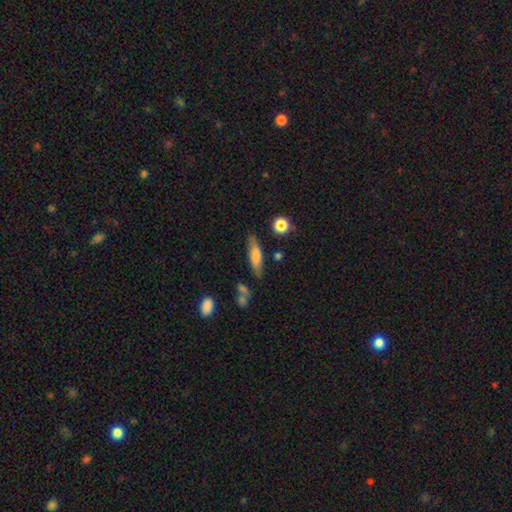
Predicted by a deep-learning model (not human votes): smooth 68%, featured or disk 25%, star or artifact 7%. Down the decision tree: how rounded — cigar-shaped (65%); merging — none (76%).